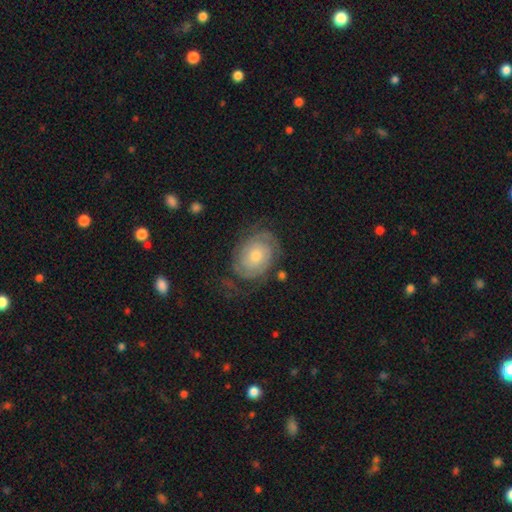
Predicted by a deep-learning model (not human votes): Morphology: type=featured or disk (83%); edge-on=no (97%); bar=no (77%); spiral arms=yes (95%); winding=tight (70%); arm count=2 (65%); bulge=moderate (51%); merging=none (72%).